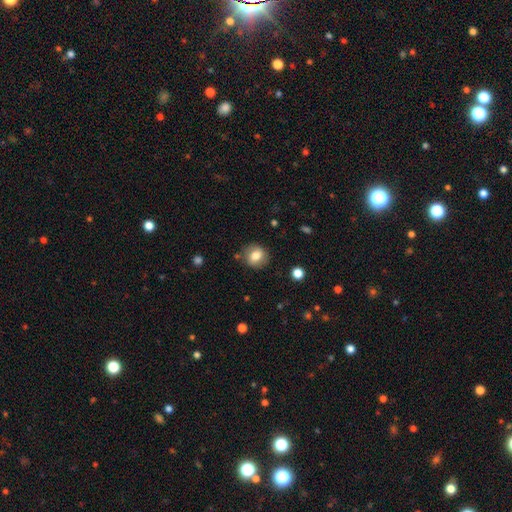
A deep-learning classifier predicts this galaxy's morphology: smooth-or-featured: smooth: 77% | featured or disk: 13% | star or artifact: 9%
  how-rounded: round: 79% | in between: 20% | cigar-shaped: 1%
  merging: none: 83% | minor disturbance: 11% | major disturbance: 3% | merger: 3%